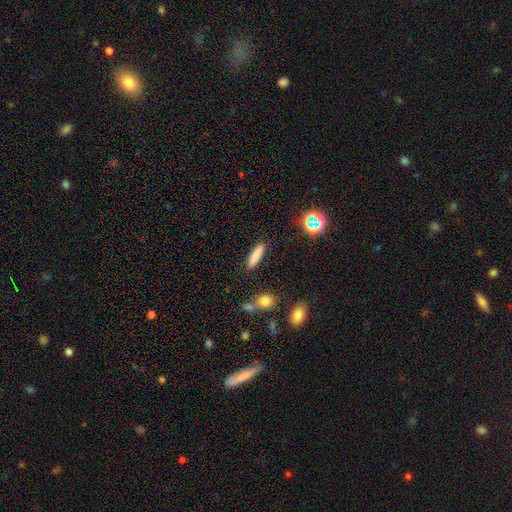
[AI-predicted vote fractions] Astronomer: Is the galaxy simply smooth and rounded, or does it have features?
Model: smooth — 81%.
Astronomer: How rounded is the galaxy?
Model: cigar-shaped — 82%.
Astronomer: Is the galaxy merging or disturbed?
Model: none — 88%.